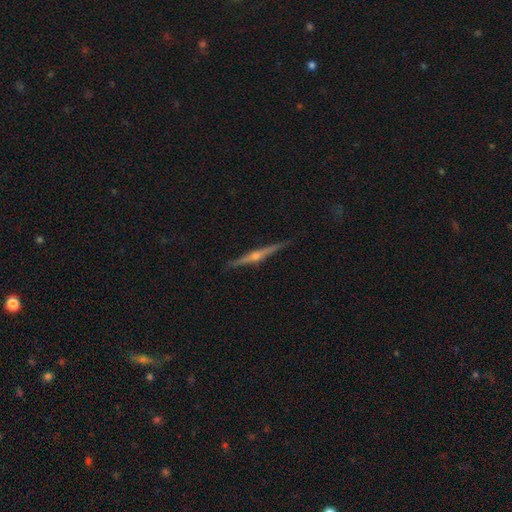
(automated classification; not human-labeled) featured or disk 83%, smooth 11%, star or artifact 6%. Down the decision tree: edge-on disk — yes (98%); edge-on bulge — rounded (89%); merging — none (91%).